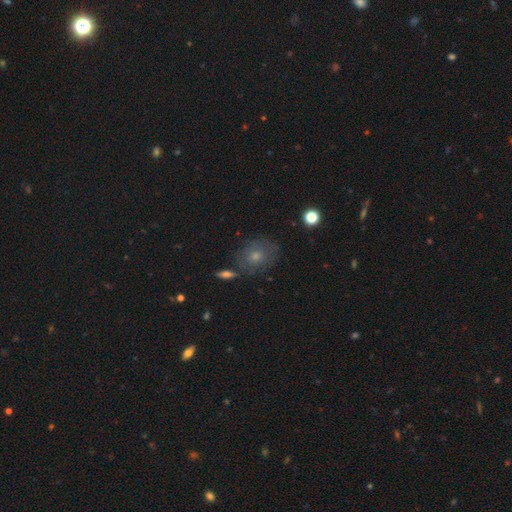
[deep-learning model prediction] Q: Smooth or featured?
A: smooth (62%); runner-up: featured or disk (26%)
Q: How rounded?
A: round (58%); runner-up: in between (41%)
Q: Merging?
A: none (69%); runner-up: minor disturbance (18%)